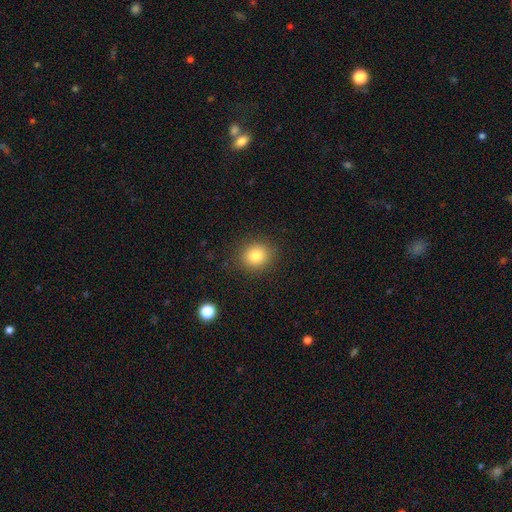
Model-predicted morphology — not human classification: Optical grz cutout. It shows a smooth galaxy with no disk features (82%) that is round (76%). Merging: none (87%).